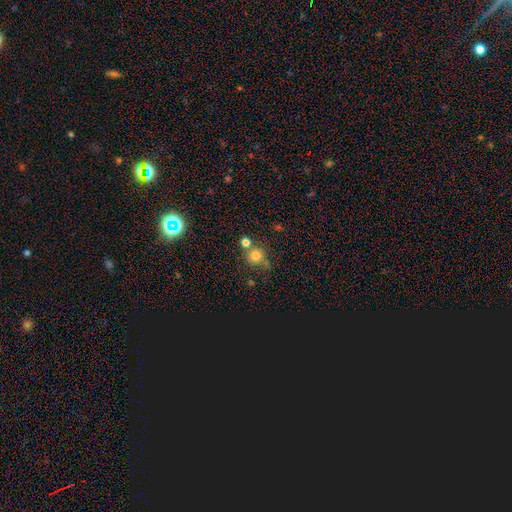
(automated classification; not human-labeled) This appears to be a smooth galaxy with no disk features (77%) that is round (91%). Merging: none (62%).